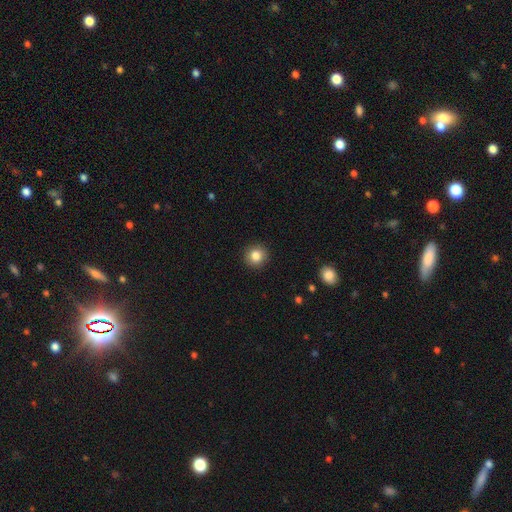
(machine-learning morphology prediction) Overall: smooth (84%). How rounded: round (92%). Merging: none (92%).